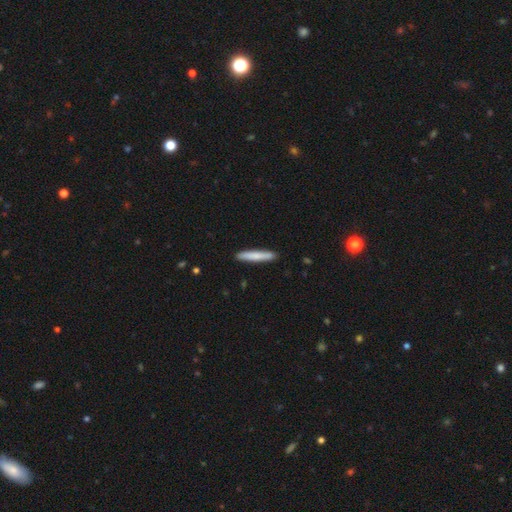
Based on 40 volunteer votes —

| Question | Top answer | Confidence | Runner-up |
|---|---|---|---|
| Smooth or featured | smooth | 72% | featured or disk (22%) |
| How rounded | cigar-shaped | 93% | in between (7%) |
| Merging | none | 89% | minor disturbance (8%) |